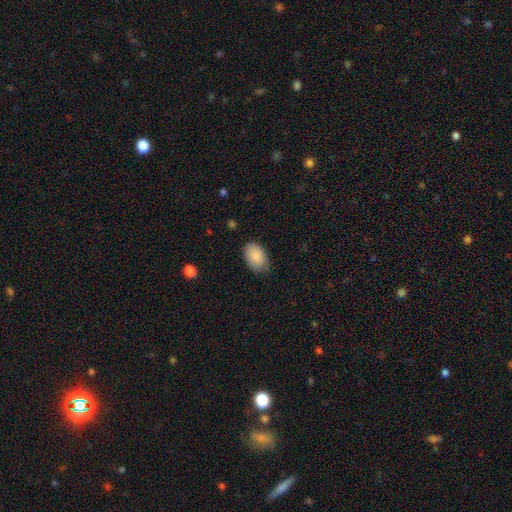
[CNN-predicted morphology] Smooth or featured? smooth (87%)
How rounded? in between (91%)
Merging? none (72%)